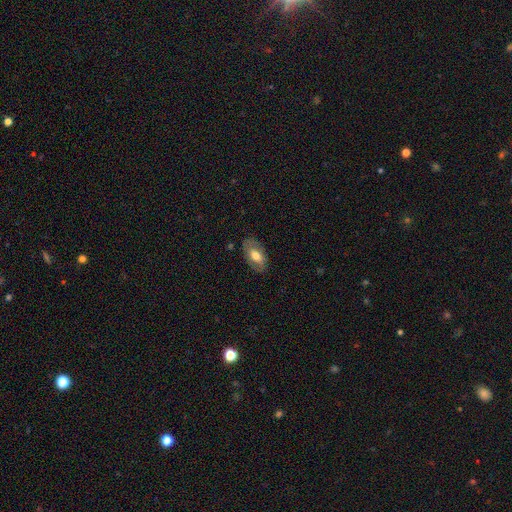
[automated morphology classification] This appears to be a smooth galaxy with no disk features (59%) that is in between round and cigar-shaped (92%). Merging: none (80%).